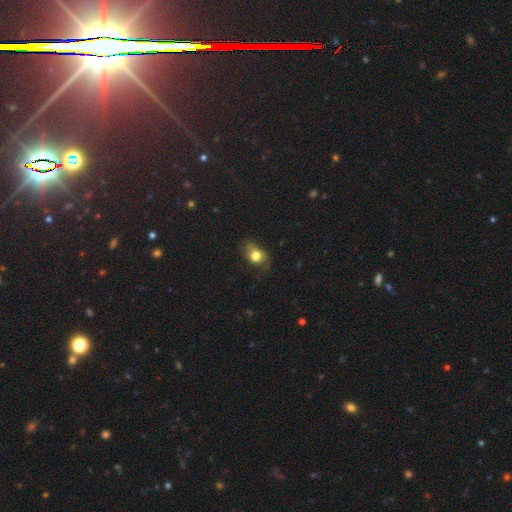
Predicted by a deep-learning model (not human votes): smooth 74%, featured or disk 15%, star or artifact 11%. Down the decision tree: how rounded — in between (58%); merging — none (51%).